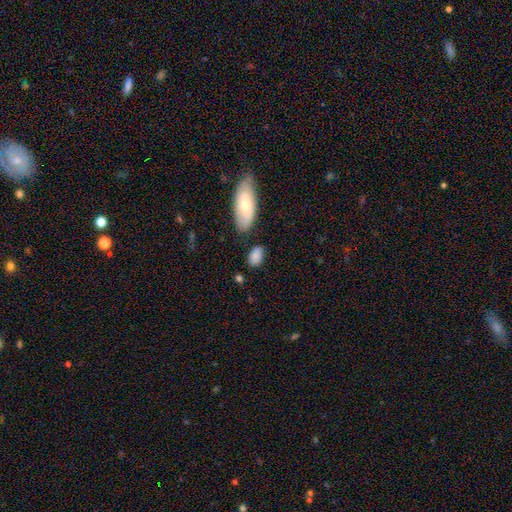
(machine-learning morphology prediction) Q: Smooth or featured?
A: smooth (84%); runner-up: featured or disk (8%)
Q: How rounded?
A: in between (88%); runner-up: round (9%)
Q: Merging?
A: none (70%); runner-up: minor disturbance (18%)